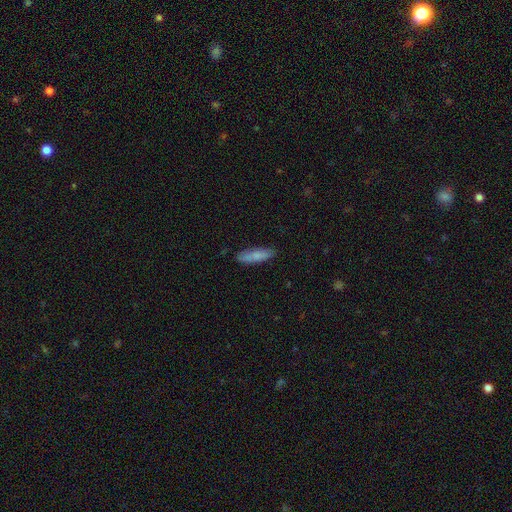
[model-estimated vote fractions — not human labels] Smooth or featured?
  - smooth: 79% *
  - featured or disk: 15%
  - star or artifact: 6%
How rounded?
  - cigar-shaped: 61% *
  - in between: 38%
  - round: 2%
Merging?
  - none: 81% *
  - minor disturbance: 15%
  - major disturbance: 3%
  - merger: 2%